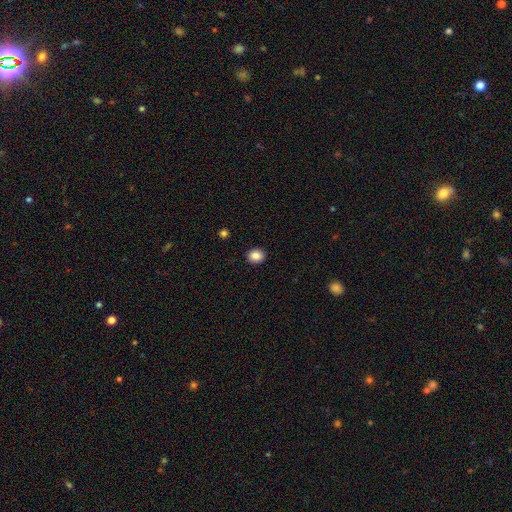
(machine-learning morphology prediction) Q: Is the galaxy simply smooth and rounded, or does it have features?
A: smooth — 86%.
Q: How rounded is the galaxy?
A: round — 62%.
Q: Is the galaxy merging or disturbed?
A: none — 92%.